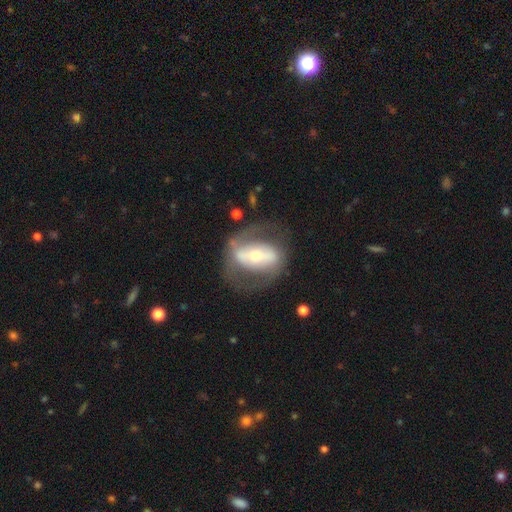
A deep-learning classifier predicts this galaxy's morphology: Overall: featured or disk (73%). Edge-on disk: no (88%). Bar: strong (61%). Spiral arms: yes (53%; no 47%). Bulge size: moderate (49%; small 40%). Merging: none (66%).